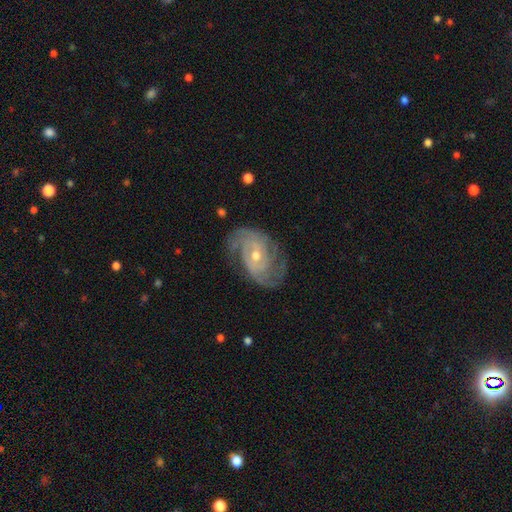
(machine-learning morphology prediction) This is clearly a featured or disk galaxy (89%). It is clearly not viewed edge-on (97%). Bar: likely no (60%). Spiral arm pattern: clearly yes (97%). Spiral arm count: marginally 2 (42%). Spiral winding: possibly tight (58%). Central bulge: possibly moderate (53%). Merging: likely none (73%).